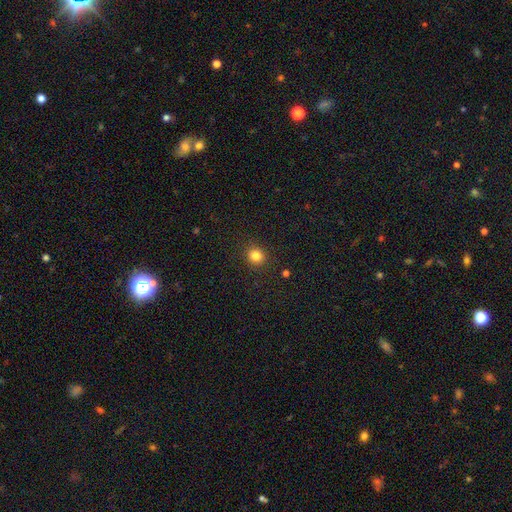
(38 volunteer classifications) smooth_or_featured: smooth (p=0.89) [alt: star or artifact p=0.08]
how_rounded: round (p=0.85) [alt: in between p=0.15]
merging: none (p=0.89) [alt: minor disturbance p=0.06]